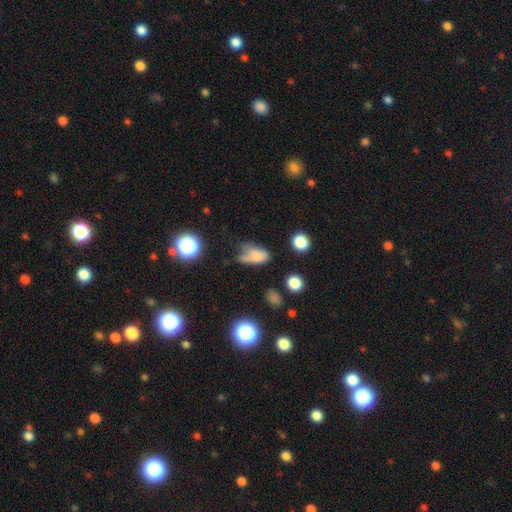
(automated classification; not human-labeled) The model was most divided on "merging": major disturbance: 32%, minor disturbance: 31%, none: 27%, merger: 9%. More confident: how rounded — in between (84%); smooth or featured — smooth (68%).